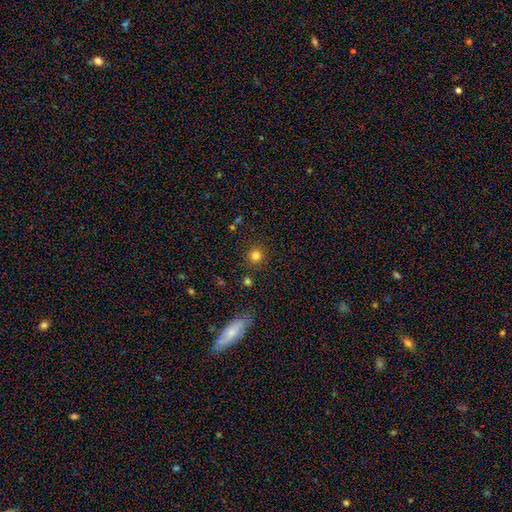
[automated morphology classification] A smooth galaxy with no disk features (80%) that is round (93%).

Vote fractions:
- Smooth or featured? smooth: 80% / star or artifact: 15% / featured or disk: 5%
- How rounded? round: 93% / in between: 6% / cigar-shaped: 1%
- Merging? none: 88% / minor disturbance: 7% / merger: 3% / major disturbance: 3%